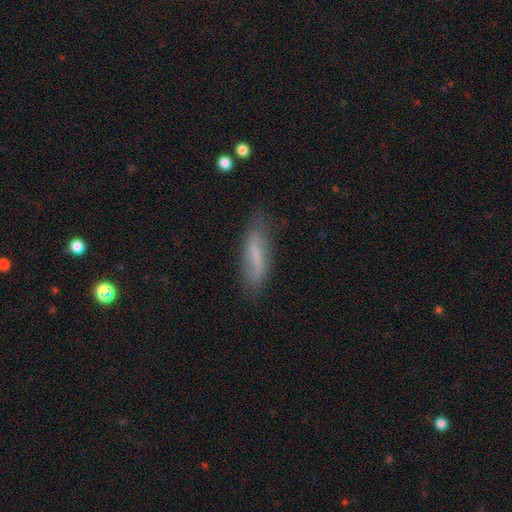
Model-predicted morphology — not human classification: Smooth or featured: smooth — 58% (featured or disk — 34%)
How rounded: cigar-shaped — 63% (in between — 36%)
Merging: none — 73% (minor disturbance — 20%)